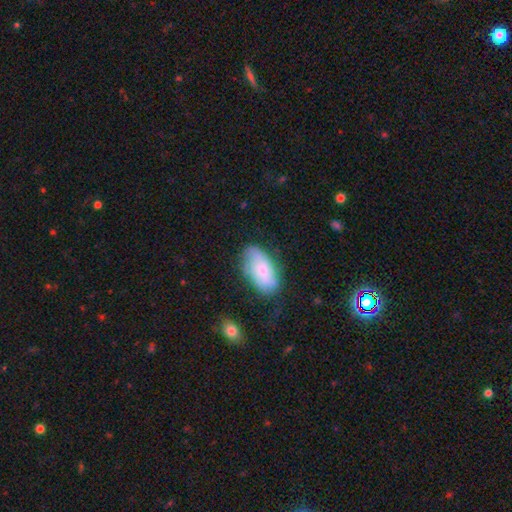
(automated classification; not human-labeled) Smooth or featured?
  - smooth: 62% *
  - featured or disk: 31%
  - star or artifact: 8%
How rounded?
  - in between: 92% *
  - round: 4%
  - cigar-shaped: 4%
Merging?
  - none: 67% *
  - minor disturbance: 24%
  - major disturbance: 7%
  - merger: 2%